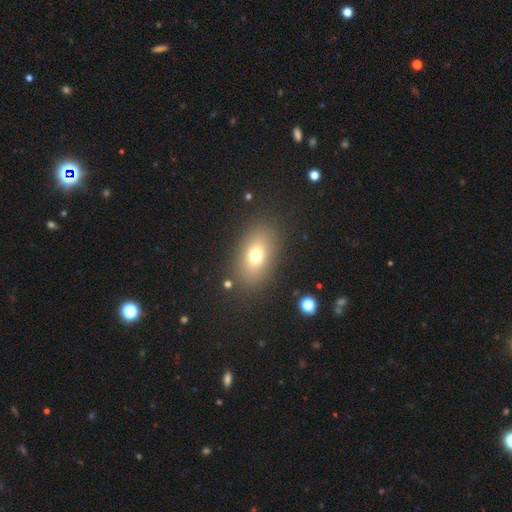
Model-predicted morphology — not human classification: smooth 73%, featured or disk 15%, star or artifact 13%. Down the decision tree: how rounded — in between (82%); merging — none (85%).